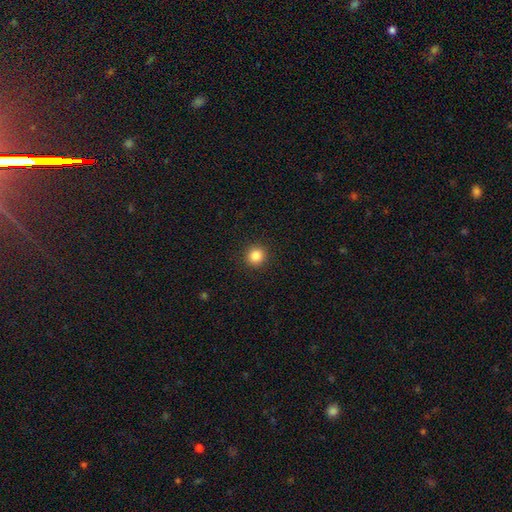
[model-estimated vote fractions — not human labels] This appears to be a smooth galaxy with no disk features (84%) that is round (93%). Merging: none (92%).